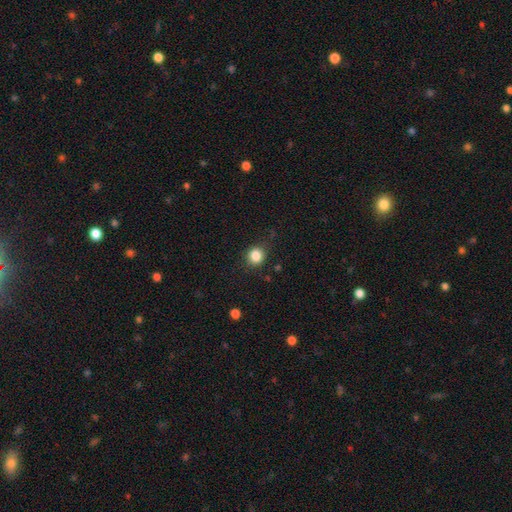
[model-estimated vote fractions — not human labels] smooth-or-featured: smooth: 85% | star or artifact: 11% | featured or disk: 5%
  how-rounded: round: 83% | in between: 16% | cigar-shaped: 1%
  merging: none: 82% | minor disturbance: 13% | major disturbance: 4% | merger: 2%